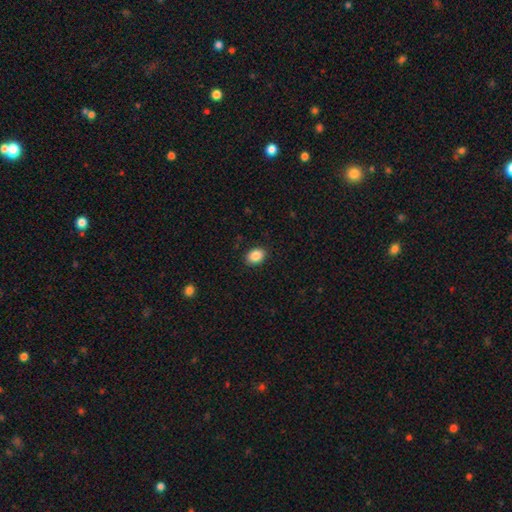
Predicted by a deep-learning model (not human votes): A smooth galaxy with no disk features (88%) that is in between round and cigar-shaped (68%). Merging: none (89%).